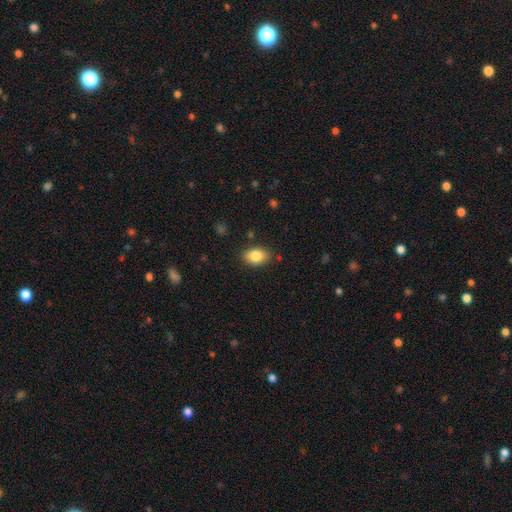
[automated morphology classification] Smooth or featured? smooth (83%)
How rounded? in between (82%)
Merging? none (83%)